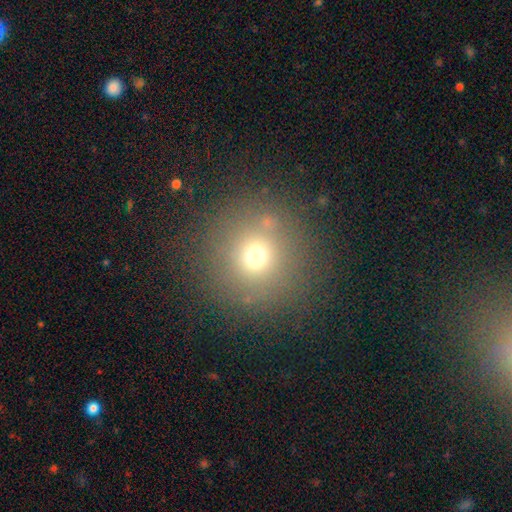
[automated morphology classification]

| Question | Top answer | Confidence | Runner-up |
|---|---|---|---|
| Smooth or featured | smooth | 68% | star or artifact (21%) |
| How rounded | round | 94% | in between (5%) |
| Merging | none | 85% | minor disturbance (8%) |